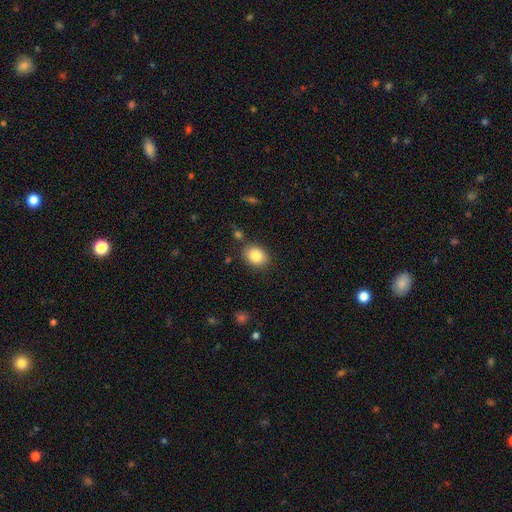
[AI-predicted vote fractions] Q: Smooth or featured?
A: smooth (85%); runner-up: star or artifact (8%)
Q: How rounded?
A: in between (59%); runner-up: round (40%)
Q: Merging?
A: none (84%); runner-up: minor disturbance (10%)